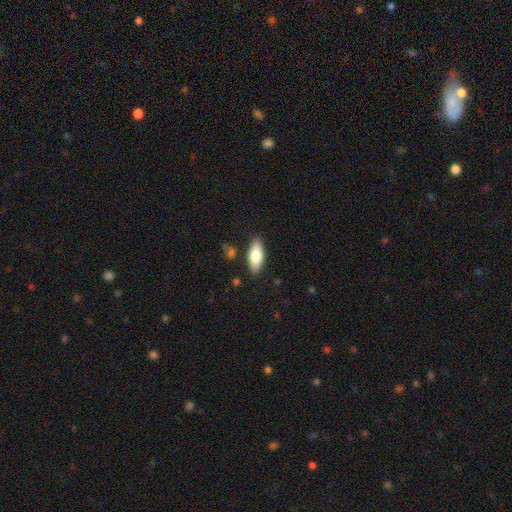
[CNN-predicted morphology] smooth 72%, featured or disk 22%, star or artifact 6%. Down the decision tree: how rounded — in between (76%); merging — none (85%).